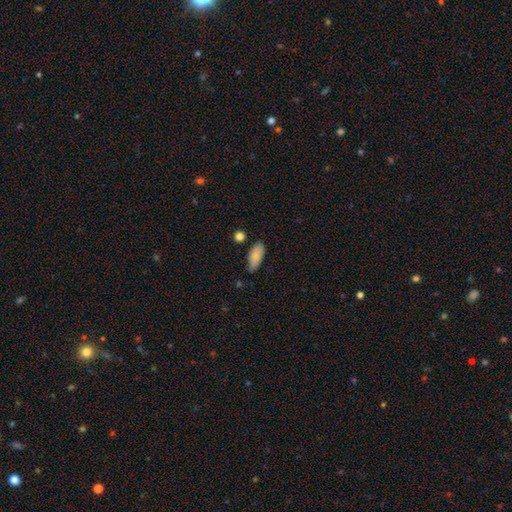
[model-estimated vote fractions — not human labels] Q: Smooth or featured?
A: smooth (85%); runner-up: featured or disk (9%)
Q: How rounded?
A: in between (86%); runner-up: cigar-shaped (12%)
Q: Merging?
A: none (75%); runner-up: minor disturbance (19%)